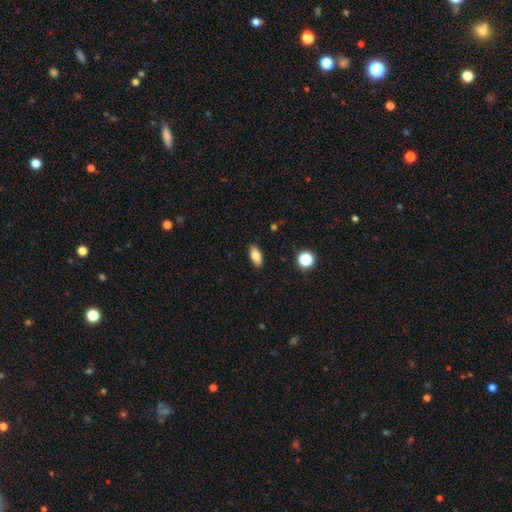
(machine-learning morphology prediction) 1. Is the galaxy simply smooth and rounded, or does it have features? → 83% smooth, 9% star or artifact, 8% featured or disk.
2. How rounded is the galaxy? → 85% in between, 11% cigar-shaped, 4% round.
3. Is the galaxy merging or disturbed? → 88% none, 8% minor disturbance, 2% major disturbance, 1% merger.